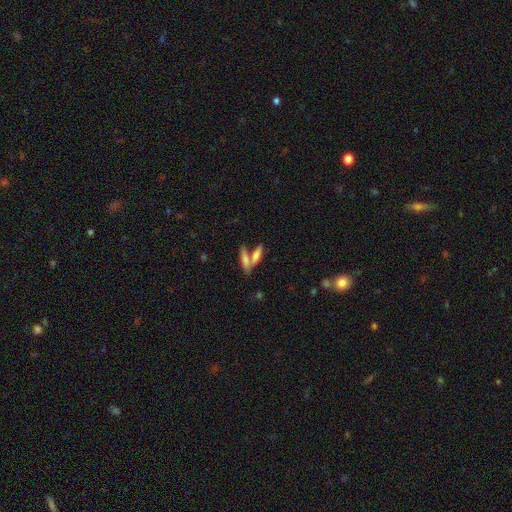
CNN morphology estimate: Smooth or featured: smooth — 71% (featured or disk — 21%)
How rounded: cigar-shaped — 55% (in between — 42%)
Merging: merger — 48% (none — 41%)